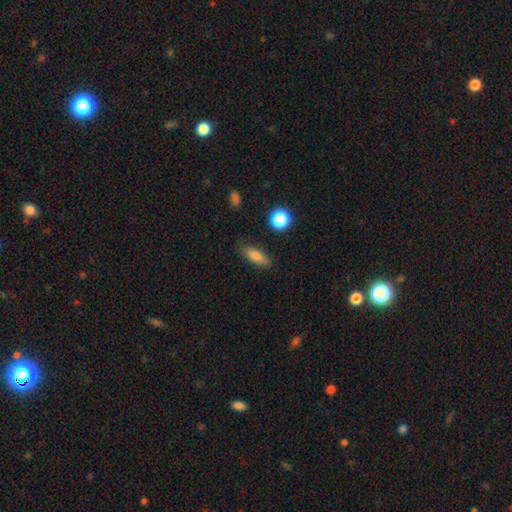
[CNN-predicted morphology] Smooth or featured? smooth (79%)
How rounded? in between (58%)
Merging? none (83%)